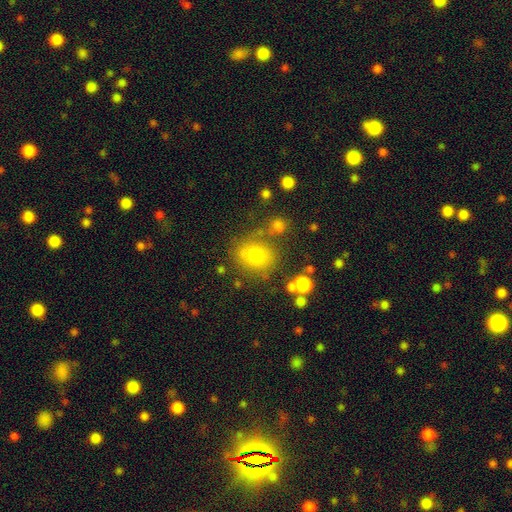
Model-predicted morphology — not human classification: Smooth or featured: smooth — 74% (star or artifact — 14%)
How rounded: round — 64% (in between — 35%)
Merging: none — 71% (minor disturbance — 15%)